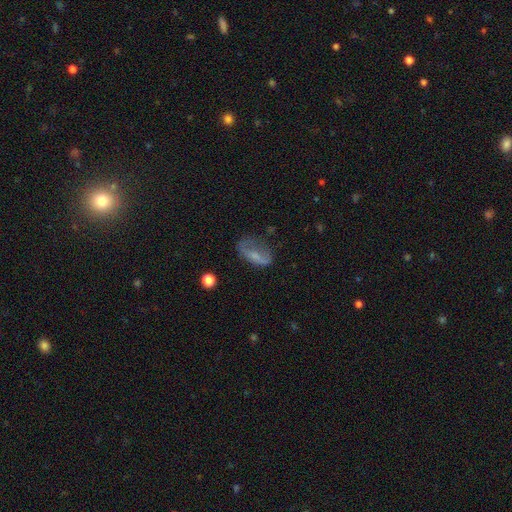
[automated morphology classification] Smooth or featured?
  - smooth: 55% *
  - featured or disk: 34%
  - star or artifact: 11%
How rounded?
  - in between: 85% *
  - cigar-shaped: 8%
  - round: 7%
Merging?
  - none: 37% *
  - major disturbance: 31%
  - minor disturbance: 29%
  - merger: 3%